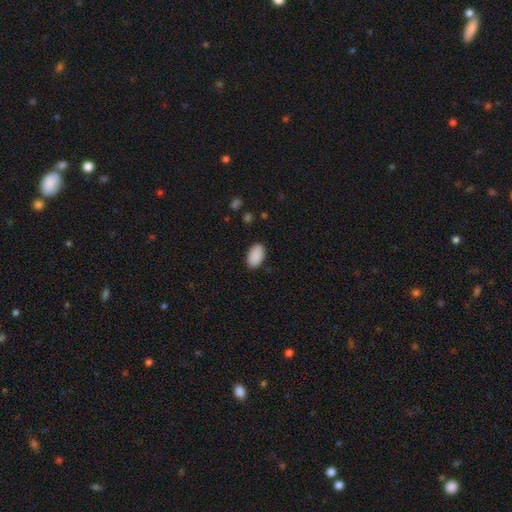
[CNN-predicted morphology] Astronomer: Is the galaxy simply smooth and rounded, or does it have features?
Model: smooth — 91%.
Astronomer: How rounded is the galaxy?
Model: in between — 94%.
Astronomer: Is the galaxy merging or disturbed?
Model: none — 88%.